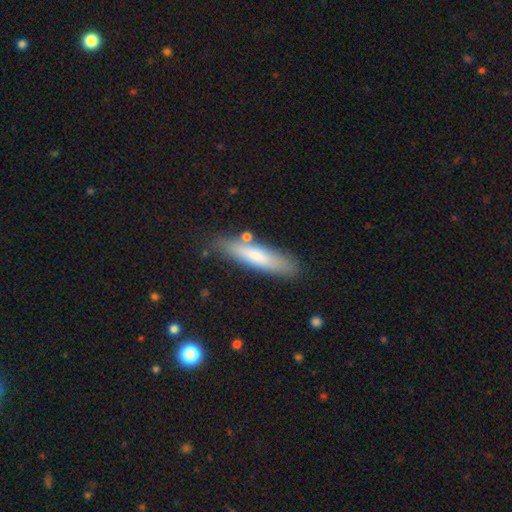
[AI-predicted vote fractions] A smooth galaxy with no disk features (70%) that is cigar-shaped (78%). Merging: none (80%).